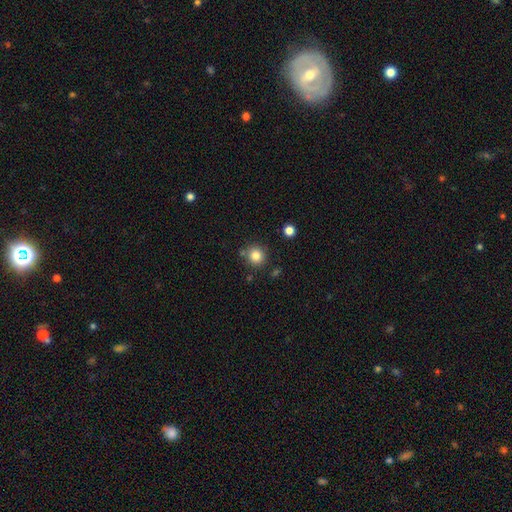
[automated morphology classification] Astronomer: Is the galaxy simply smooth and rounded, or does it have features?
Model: smooth — 83%.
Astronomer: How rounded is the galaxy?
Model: round — 92%.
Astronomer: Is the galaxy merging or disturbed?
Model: none — 81%.